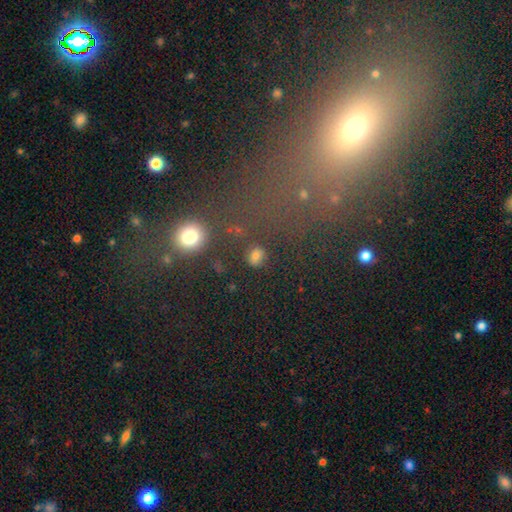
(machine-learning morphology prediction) Q: Smooth or featured?
A: smooth (73%); runner-up: star or artifact (19%)
Q: How rounded?
A: round (74%); runner-up: in between (24%)
Q: Merging?
A: none (81%); runner-up: minor disturbance (9%)